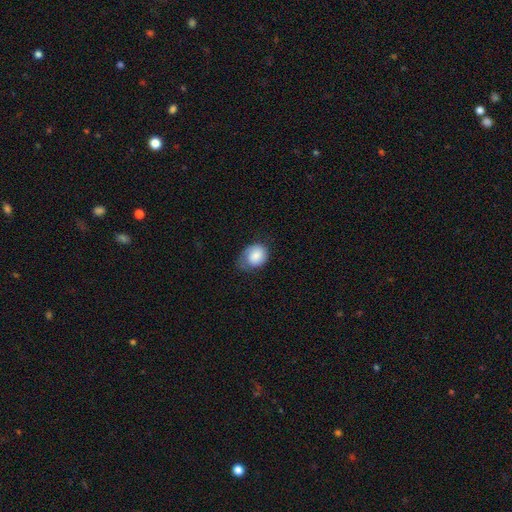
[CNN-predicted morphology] smooth-or-featured: smooth: 81% | featured or disk: 12% | star or artifact: 7%
  how-rounded: round: 53% | in between: 47% | cigar-shaped: 1%
  merging: none: 45% | minor disturbance: 38% | major disturbance: 15% | merger: 1%